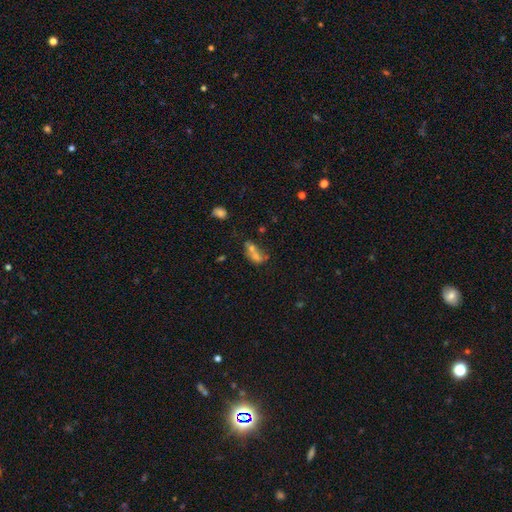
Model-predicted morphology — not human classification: A smooth galaxy with no disk features (53%) that is in between round and cigar-shaped (64%). Merging: merger (52%).